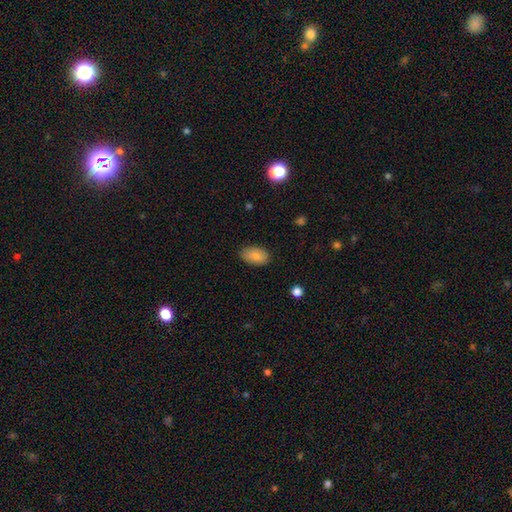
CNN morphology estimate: smooth-or-featured: smooth: 85% | featured or disk: 8% | star or artifact: 7%
  how-rounded: in between: 92% | round: 6% | cigar-shaped: 2%
  merging: none: 85% | minor disturbance: 11% | major disturbance: 2% | merger: 1%